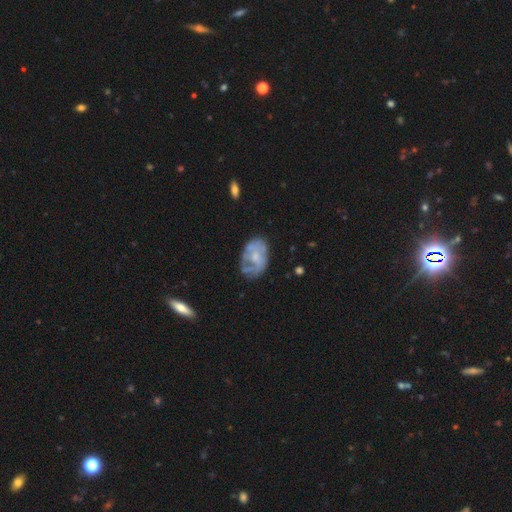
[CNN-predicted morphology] Smooth or featured? Predicted: featured or disk (p=0.60). Edge-on disk? Predicted: no (p=0.96). Bar? Predicted: no (p=0.78). Spiral arms? Predicted: no (p=0.55). Bulge size? Predicted: small (p=0.41). Merging? Predicted: none (p=0.55).